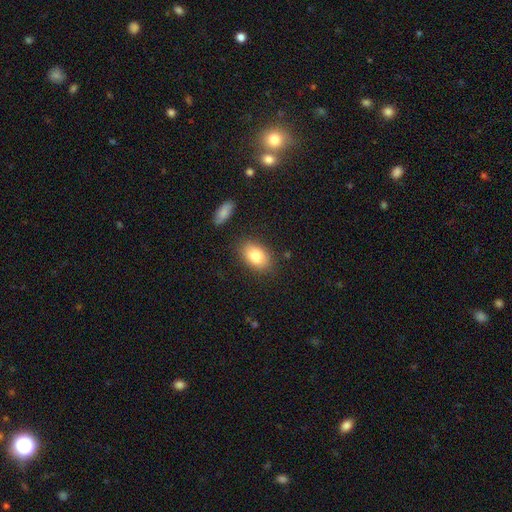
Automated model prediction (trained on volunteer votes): smooth 81%, featured or disk 11%, star or artifact 8%. Down the decision tree: how rounded — in between (85%); merging — none (83%).